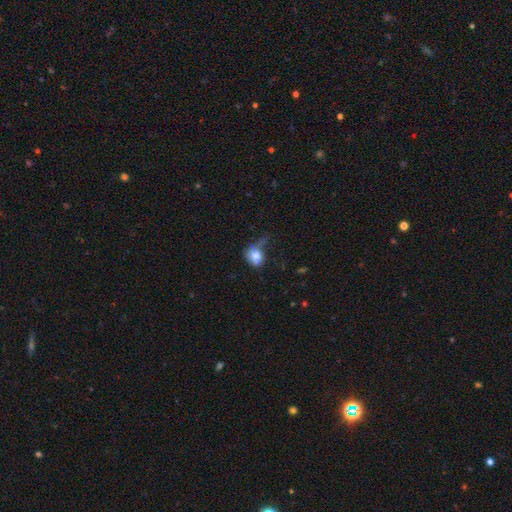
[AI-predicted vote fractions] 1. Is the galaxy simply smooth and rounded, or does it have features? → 74% smooth, 16% featured or disk, 10% star or artifact.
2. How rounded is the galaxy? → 53% in between, 45% round, 2% cigar-shaped.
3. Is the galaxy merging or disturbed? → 32% minor disturbance, 31% none, 31% major disturbance, 6% merger.